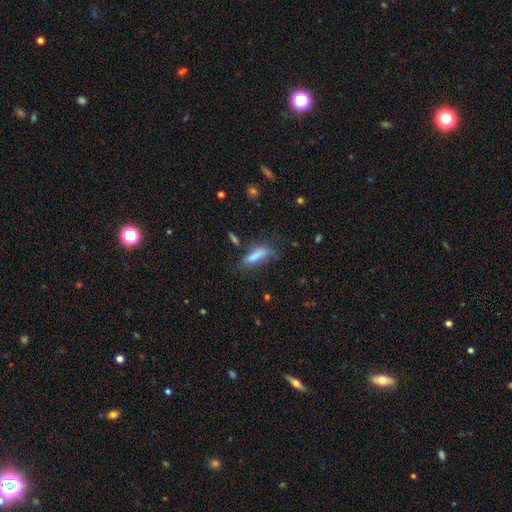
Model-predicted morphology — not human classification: Smooth or featured? smooth (74%)
How rounded? cigar-shaped (53%)
Merging? none (45%)